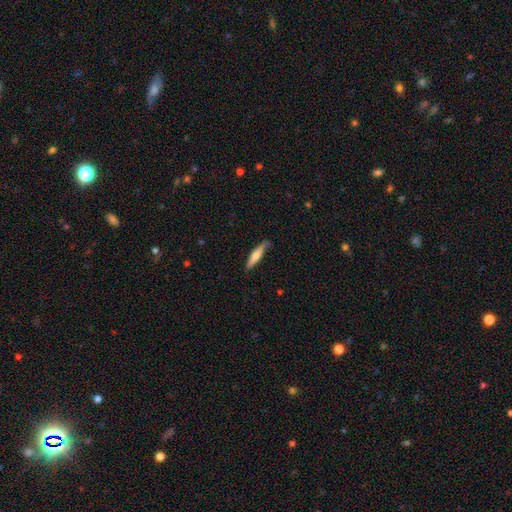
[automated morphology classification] Smooth or featured: smooth — 55% (featured or disk — 40%)
How rounded: cigar-shaped — 87% (in between — 11%)
Merging: none — 73% (minor disturbance — 21%)